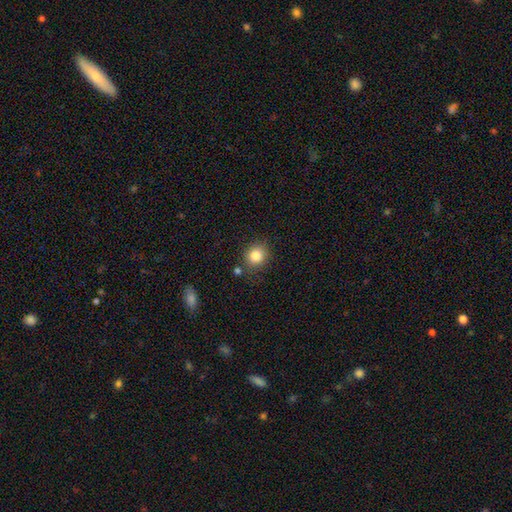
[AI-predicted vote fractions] Smooth or featured: smooth — 84% (star or artifact — 10%)
How rounded: round — 76% (in between — 23%)
Merging: none — 80% (minor disturbance — 11%)